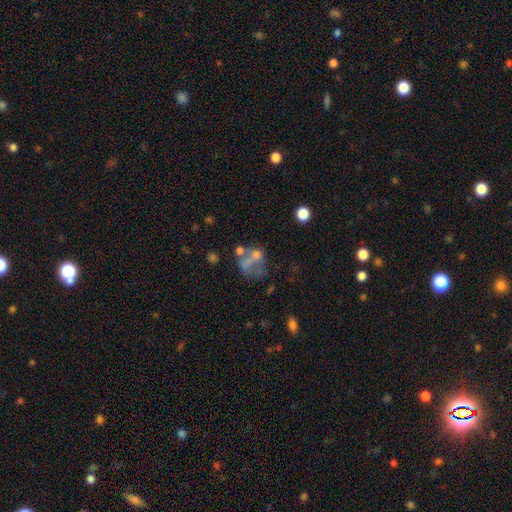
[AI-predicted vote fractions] Smooth or featured: smooth — 41% (featured or disk — 39%)
Merging: merger — 30% (none — 29%)